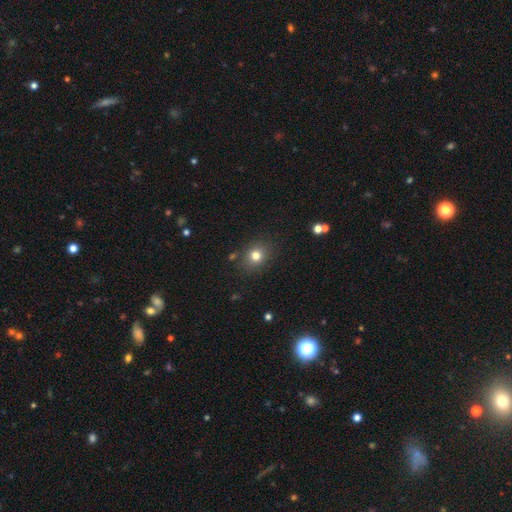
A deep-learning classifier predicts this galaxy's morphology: Overall: smooth (77%). How rounded: round (64%; in between 35%). Merging: none (83%).